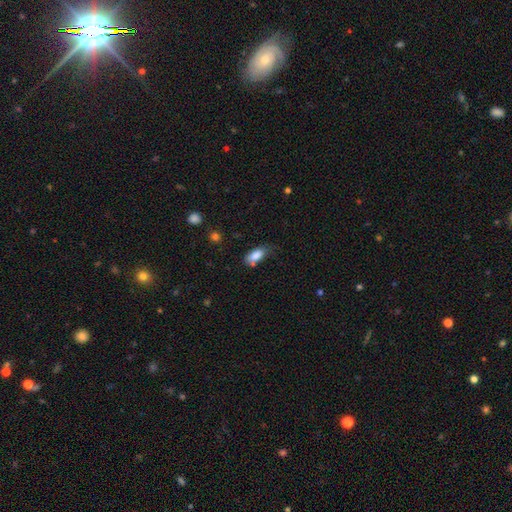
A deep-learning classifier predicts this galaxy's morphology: This appears to be a smooth galaxy with no disk features (83%) that is in between round and cigar-shaped (86%). Merging: none (51%).